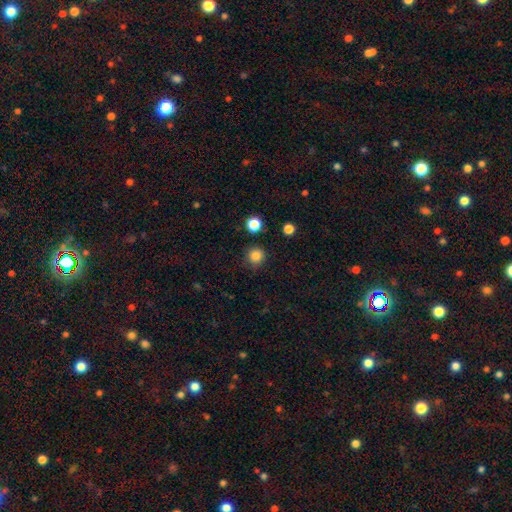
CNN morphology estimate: Q: Smooth or featured?
A: smooth (84%); runner-up: star or artifact (12%)
Q: How rounded?
A: round (94%); runner-up: in between (5%)
Q: Merging?
A: none (85%); runner-up: minor disturbance (10%)